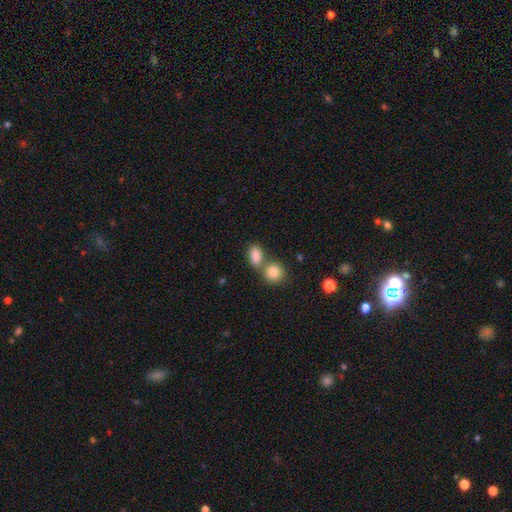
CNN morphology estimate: A smooth galaxy with no disk features (86%) that is in between round and cigar-shaped (79%).

Vote fractions:
- Smooth or featured? smooth: 86% / star or artifact: 8% / featured or disk: 6%
- How rounded? in between: 79% / round: 18% / cigar-shaped: 3%
- Merging? none: 45% / merger: 41% / minor disturbance: 10% / major disturbance: 4%